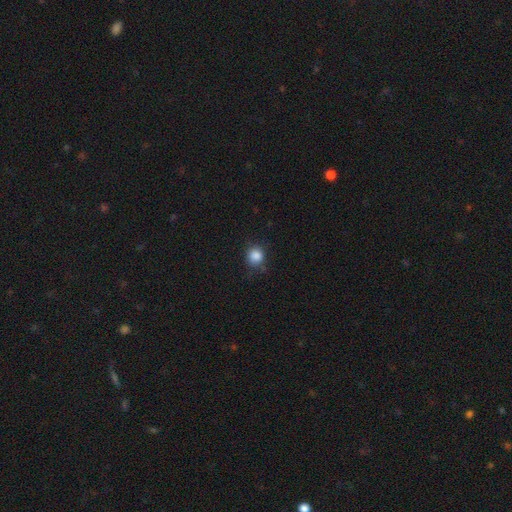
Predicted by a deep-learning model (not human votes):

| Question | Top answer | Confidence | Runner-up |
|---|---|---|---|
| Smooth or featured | smooth | 85% | star or artifact (10%) |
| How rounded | round | 85% | in between (14%) |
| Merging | none | 72% | minor disturbance (21%) |